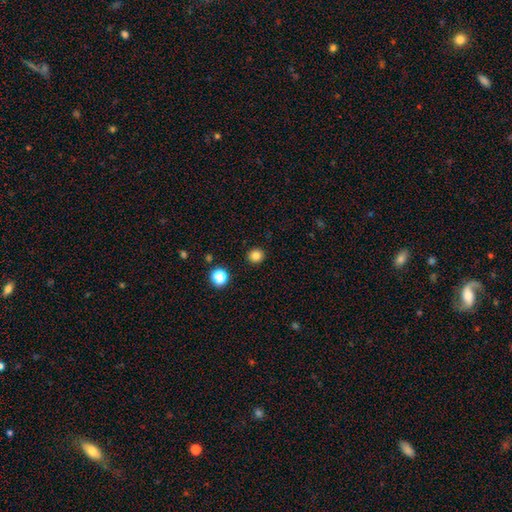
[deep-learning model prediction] A smooth galaxy with no disk features (84%) that is round (93%). Merging: none (92%).